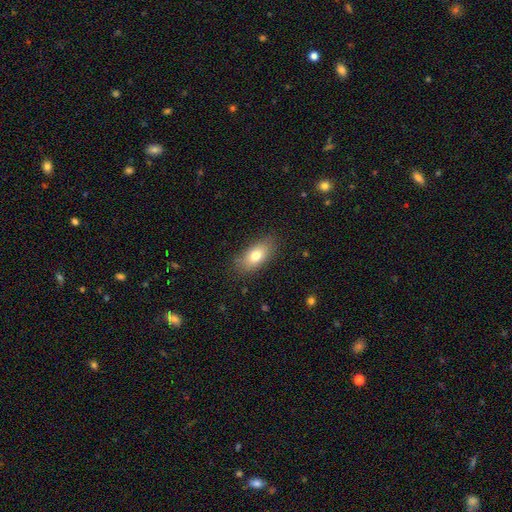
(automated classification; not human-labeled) The model was most divided on "smooth or featured": smooth: 75%, featured or disk: 16%, star or artifact: 8%. More confident: how rounded — in between (87%); merging — none (82%).